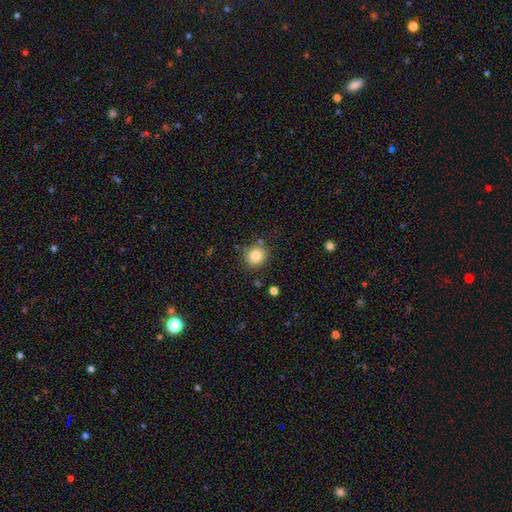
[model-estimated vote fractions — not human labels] Smooth or featured? Predicted: smooth (p=0.84). How rounded? Predicted: round (p=0.83). Merging? Predicted: none (p=0.82).